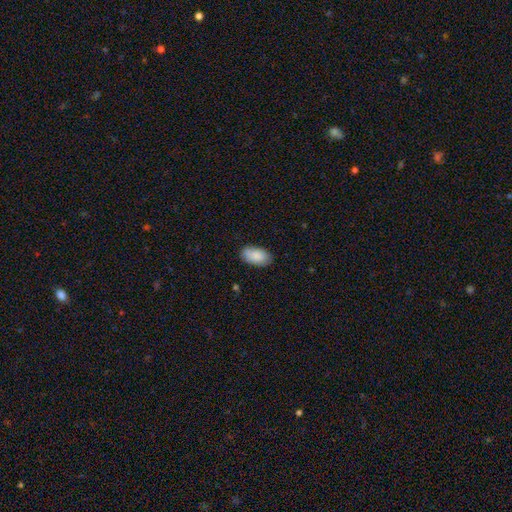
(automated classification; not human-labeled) This is clearly a smooth galaxy (87%). How rounded: clearly in between (95%). Merging: clearly none (82%).